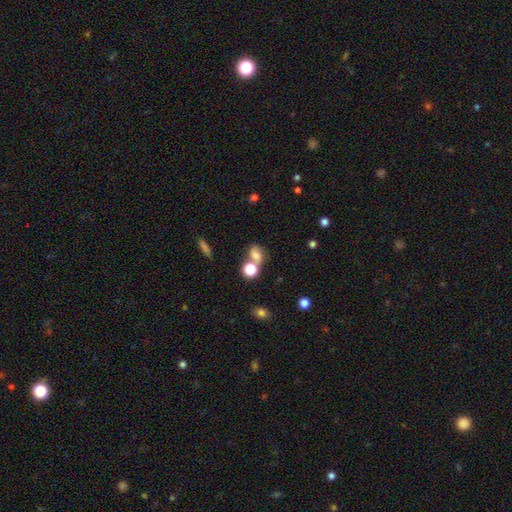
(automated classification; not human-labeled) This is likely a smooth galaxy (70%). How rounded: possibly in between (60%). Merging: marginally merger (44%).